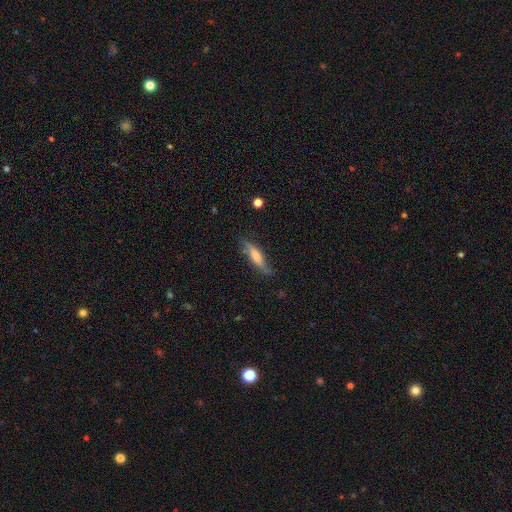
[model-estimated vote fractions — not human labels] Q: Smooth or featured?
A: featured or disk (48%); runner-up: smooth (45%)
Q: Merging?
A: none (75%); runner-up: minor disturbance (19%)